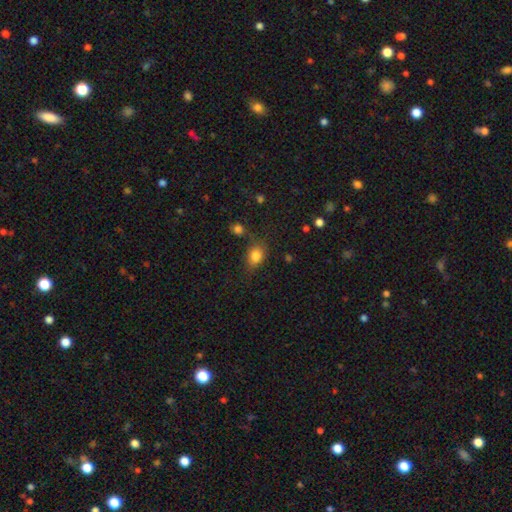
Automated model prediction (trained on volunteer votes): smooth 81%, star or artifact 11%, featured or disk 7%. Down the decision tree: how rounded — in between (61%); merging — none (66%).